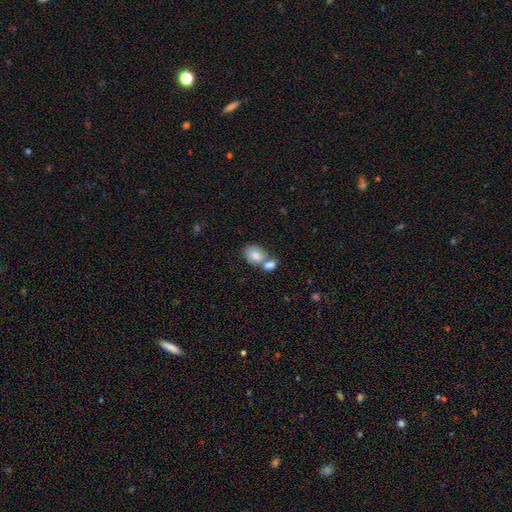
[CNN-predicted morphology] This is likely a smooth galaxy (76%). How rounded: likely in between (63%). Merging: possibly merger (53%).